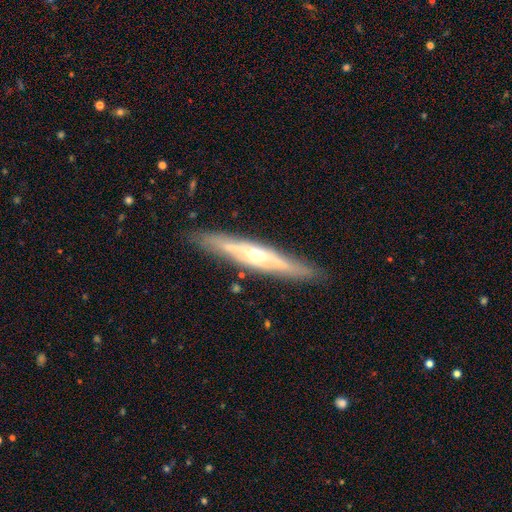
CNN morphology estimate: type=featured or disk (74%); edge-on=yes (85%); edge-on bulge=rounded (82%); merging=none (86%).